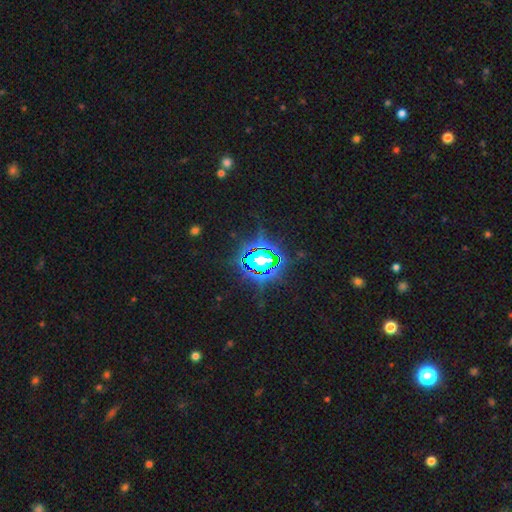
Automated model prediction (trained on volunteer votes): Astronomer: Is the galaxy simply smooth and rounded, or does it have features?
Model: star or artifact — 76%.